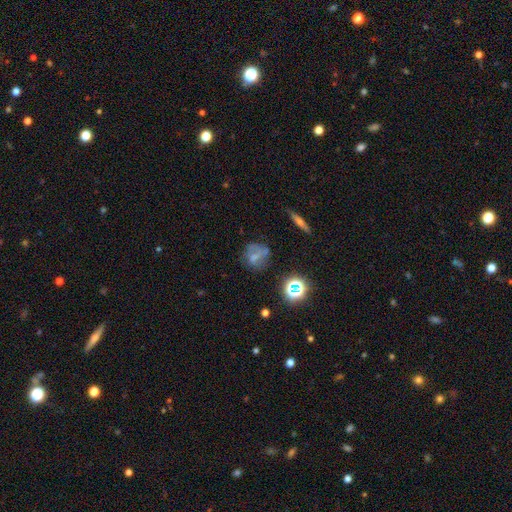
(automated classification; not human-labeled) Q: Smooth or featured?
A: smooth (46%); runner-up: featured or disk (34%)
Q: Merging?
A: none (53%); runner-up: minor disturbance (23%)